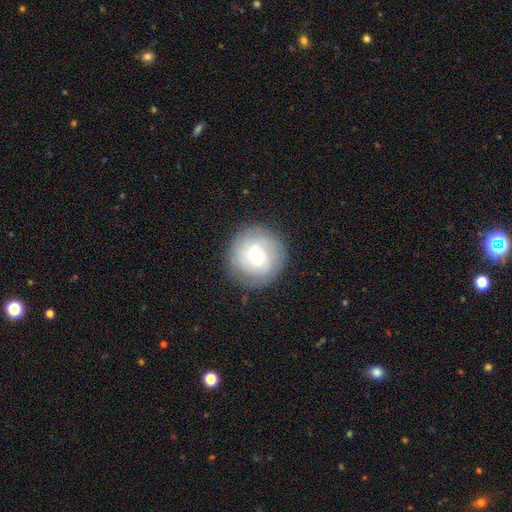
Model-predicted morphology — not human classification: smooth_or_featured: featured or disk (p=0.59) [alt: smooth p=0.33]
disk_edge_on: no (p=0.97) [alt: yes p=0.03]
bar: weak (p=0.49) [alt: no p=0.38]
has_spiral_arms: yes (p=0.81) [alt: no p=0.19]
bulge_size: moderate (p=0.65) [alt: small p=0.27]
merging: none (p=0.85) [alt: minor disturbance p=0.10]